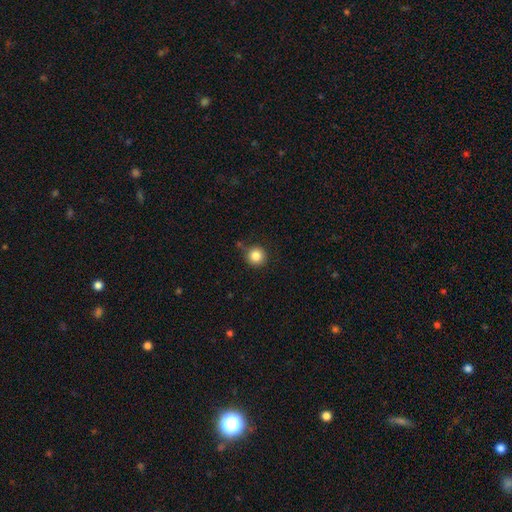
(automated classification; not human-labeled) The model was most divided on "merging": none: 82%, minor disturbance: 11%, merger: 4%, major disturbance: 3%. More confident: how rounded — round (95%); smooth or featured — smooth (85%).